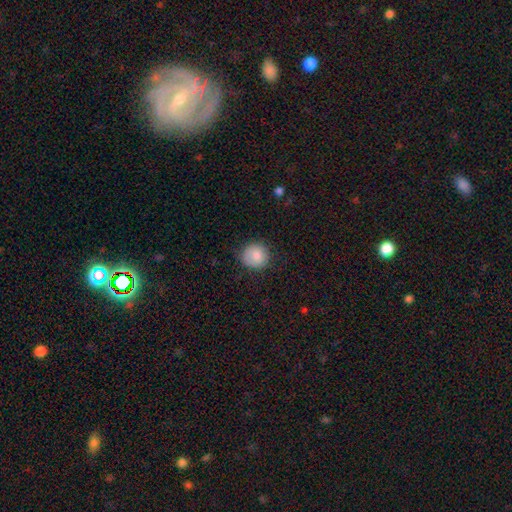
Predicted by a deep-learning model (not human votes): smooth 82%, featured or disk 10%, star or artifact 8%. Down the decision tree: how rounded — round (87%); merging — none (76%).